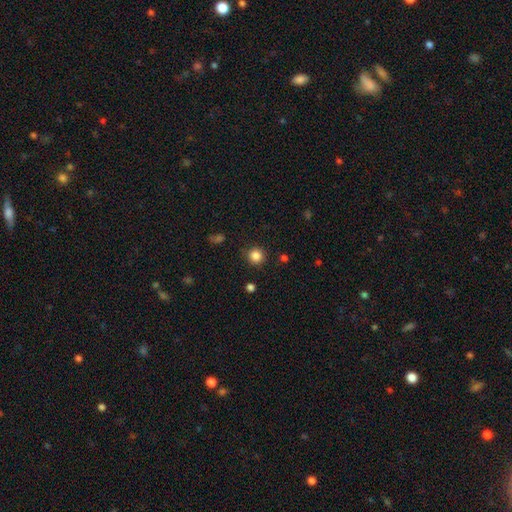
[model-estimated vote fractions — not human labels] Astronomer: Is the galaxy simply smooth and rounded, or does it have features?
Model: smooth — 85%.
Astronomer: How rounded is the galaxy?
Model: round — 93%.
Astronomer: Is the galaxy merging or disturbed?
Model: none — 89%.